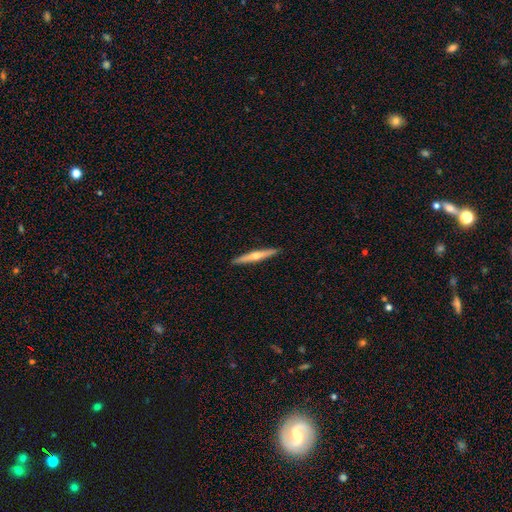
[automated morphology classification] A featured or disk galaxy (62%) viewed edge-on (97%) with a rounded central bulge (84%). Merging: none (92%).